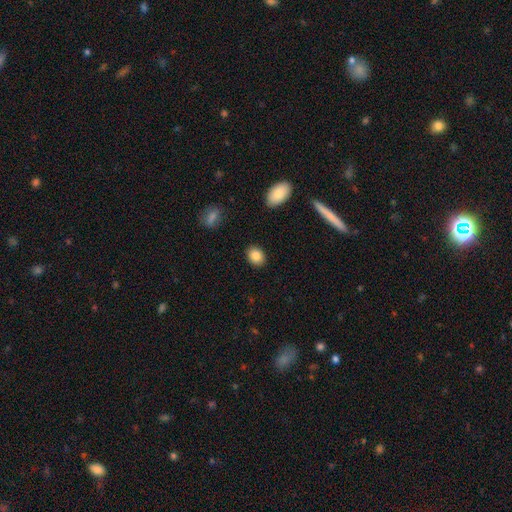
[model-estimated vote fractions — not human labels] smooth 85%, star or artifact 8%, featured or disk 6%. Down the decision tree: how rounded — in between (57%); merging — none (89%).